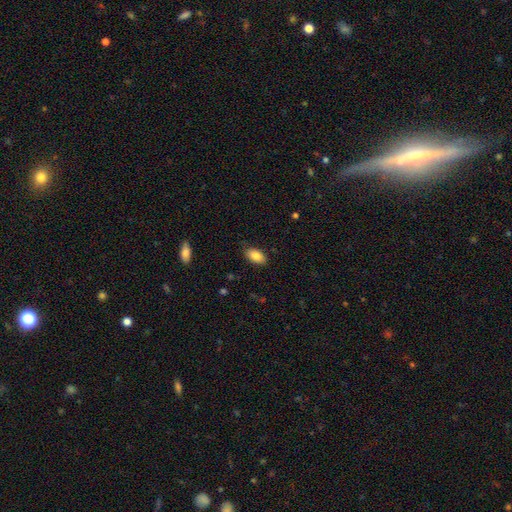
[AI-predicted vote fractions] Morphology: type=smooth (86%); roundness=in between (93%); merging=none (83%).